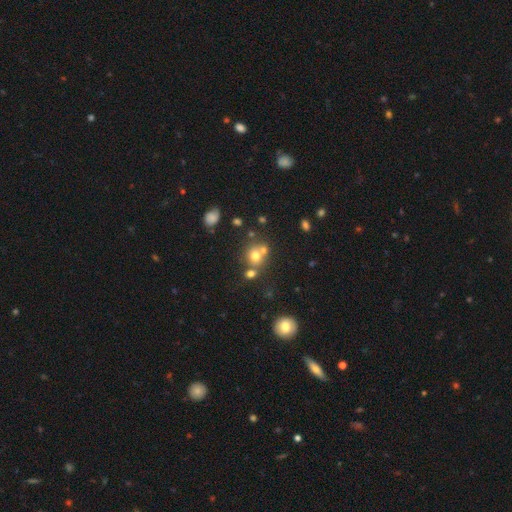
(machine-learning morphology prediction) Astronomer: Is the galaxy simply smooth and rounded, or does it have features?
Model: smooth — 69%.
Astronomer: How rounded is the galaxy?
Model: round — 81%.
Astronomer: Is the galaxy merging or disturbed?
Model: none — 51% (runner-up: merger, 35%).